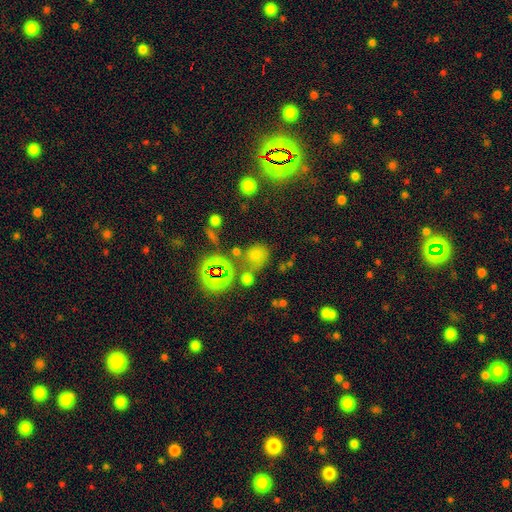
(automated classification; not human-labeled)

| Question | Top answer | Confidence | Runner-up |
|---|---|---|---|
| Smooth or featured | smooth | 62% | star or artifact (29%) |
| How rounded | round | 71% | in between (28%) |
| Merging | none | 57% | merger (18%) |